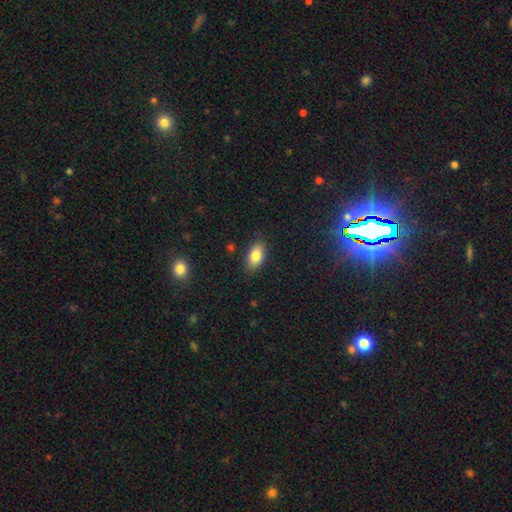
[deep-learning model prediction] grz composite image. It shows a smooth galaxy with no disk features (82%) that is in between round and cigar-shaped (90%). Merging: none (86%).